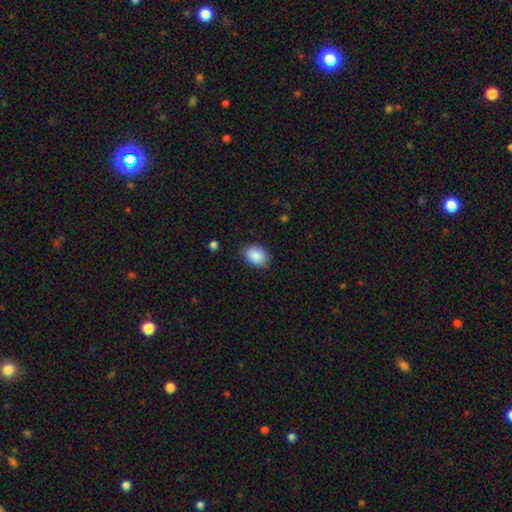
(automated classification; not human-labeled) A smooth galaxy with no disk features (89%) that is in between round and cigar-shaped (82%). Merging: none (84%).